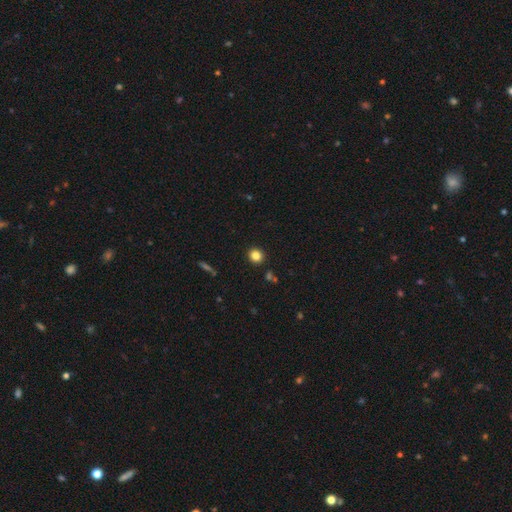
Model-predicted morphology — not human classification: Q: Smooth or featured?
A: smooth (82%); runner-up: star or artifact (12%)
Q: How rounded?
A: round (86%); runner-up: in between (13%)
Q: Merging?
A: none (91%); runner-up: minor disturbance (6%)